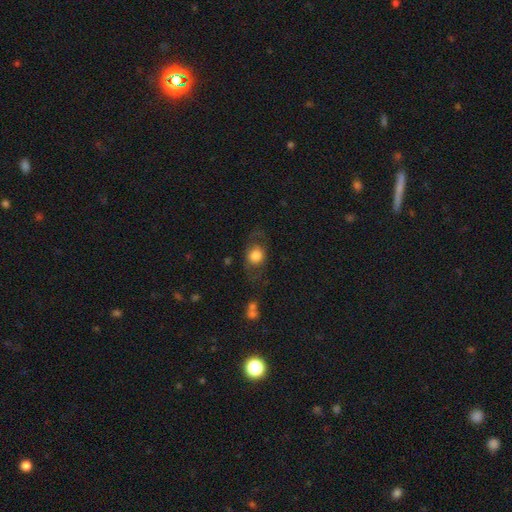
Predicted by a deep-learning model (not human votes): smooth_or_featured: smooth (p=0.68) [alt: featured or disk p=0.24]
how_rounded: round (p=0.57) [alt: in between p=0.41]
merging: none (p=0.64) [alt: minor disturbance p=0.19]